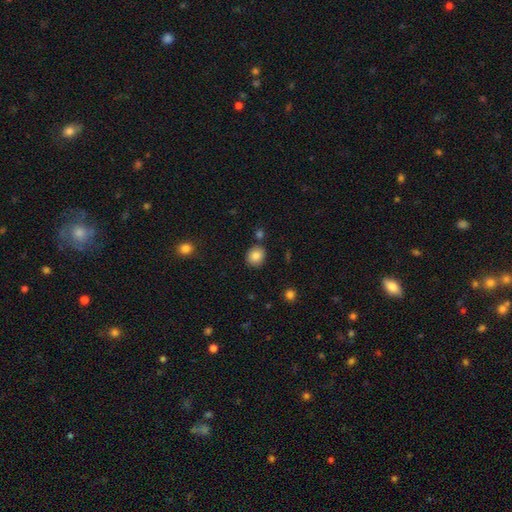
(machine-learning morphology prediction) This appears to be a smooth galaxy with no disk features (85%) that is round (77%). Merging: none (83%).